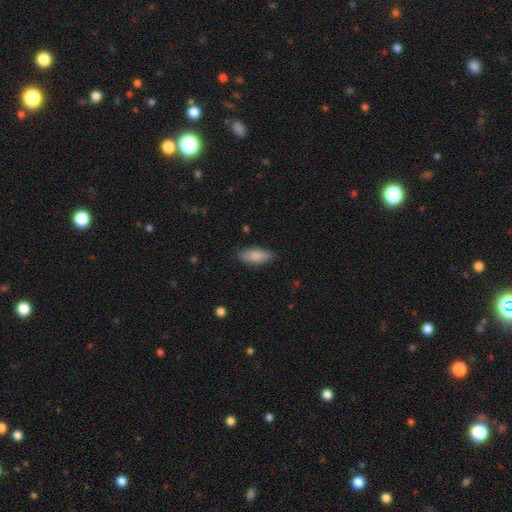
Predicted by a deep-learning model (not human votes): Q: Smooth or featured?
A: smooth (86%); runner-up: featured or disk (8%)
Q: How rounded?
A: in between (81%); runner-up: cigar-shaped (17%)
Q: Merging?
A: none (85%); runner-up: minor disturbance (12%)